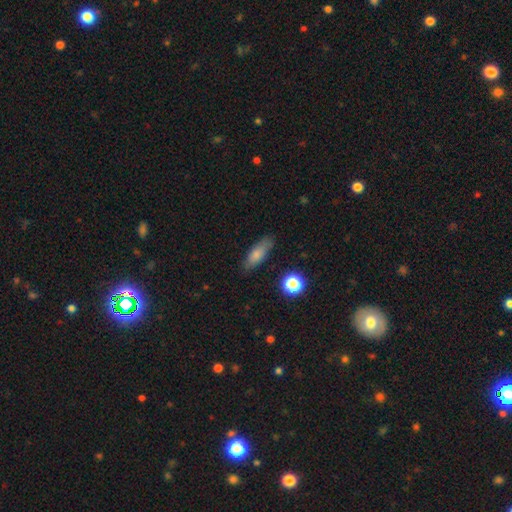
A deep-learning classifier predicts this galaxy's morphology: type=smooth (77%); roundness=in between (60%); merging=none (78%).